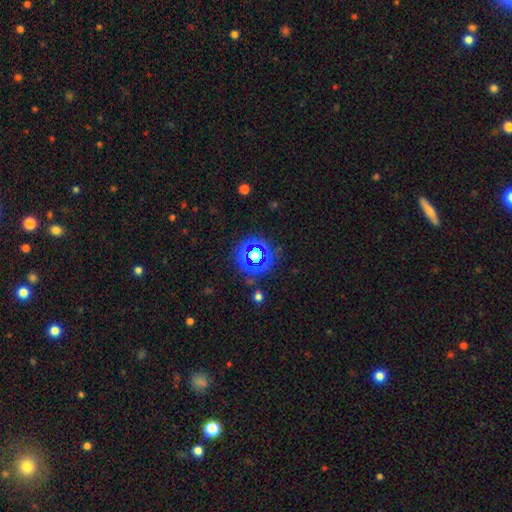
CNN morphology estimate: star or artifact 72%, smooth 20%, featured or disk 8%.